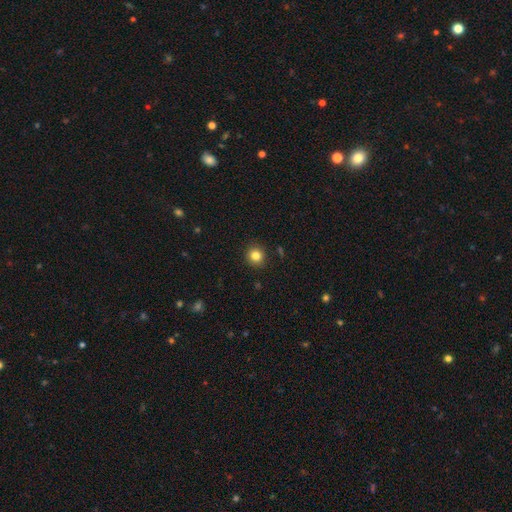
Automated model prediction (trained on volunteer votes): This is clearly a smooth galaxy (83%). How rounded: clearly round (92%). Merging: clearly none (91%).